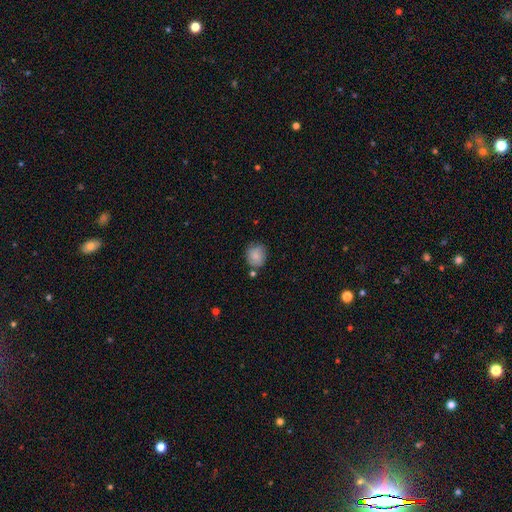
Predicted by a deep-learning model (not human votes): Smooth or featured?
  - smooth: 83% *
  - featured or disk: 9%
  - star or artifact: 8%
How rounded?
  - round: 78% *
  - in between: 21%
  - cigar-shaped: 1%
Merging?
  - none: 72% *
  - minor disturbance: 17%
  - merger: 7%
  - major disturbance: 4%